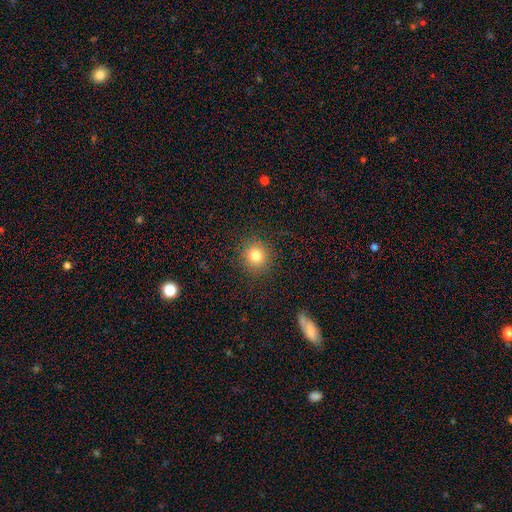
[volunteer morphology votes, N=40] smooth 88%, featured or disk 8%, star or artifact 5%. Down the decision tree: how rounded — round (97%); merging — none (95%).